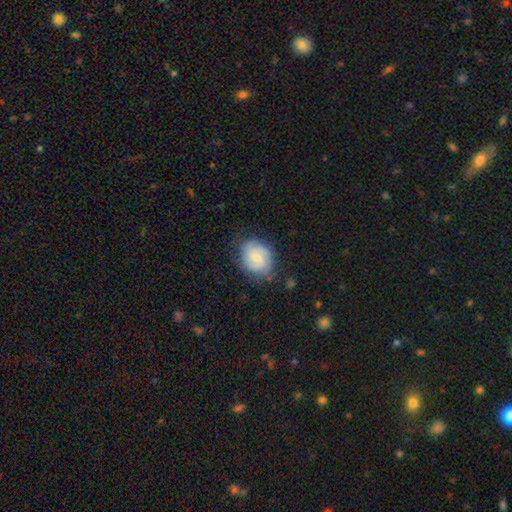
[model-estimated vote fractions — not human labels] A featured or disk galaxy (57%) with no bar (47%), spiral arms (90%) and a small central bulge (52%). Merging: none (72%).